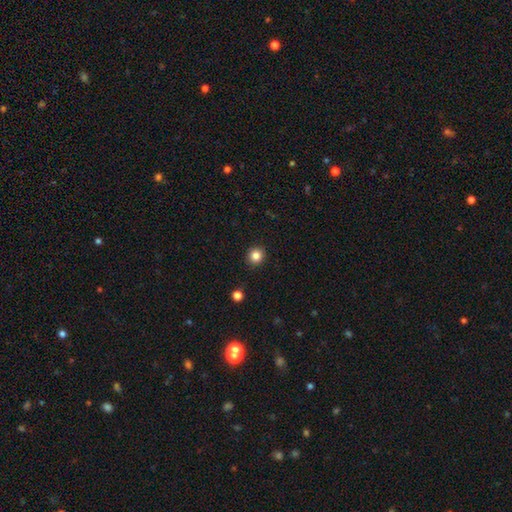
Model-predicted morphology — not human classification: Q: Smooth or featured?
A: smooth (84%); runner-up: star or artifact (11%)
Q: How rounded?
A: round (93%); runner-up: in between (6%)
Q: Merging?
A: none (92%); runner-up: minor disturbance (5%)